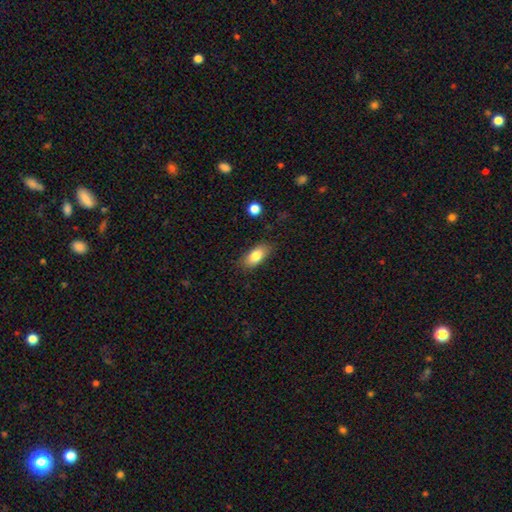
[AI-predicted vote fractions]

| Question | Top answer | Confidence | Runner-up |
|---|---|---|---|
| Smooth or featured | smooth | 81% | featured or disk (12%) |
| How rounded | in between | 87% | cigar-shaped (9%) |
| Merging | none | 83% | minor disturbance (13%) |